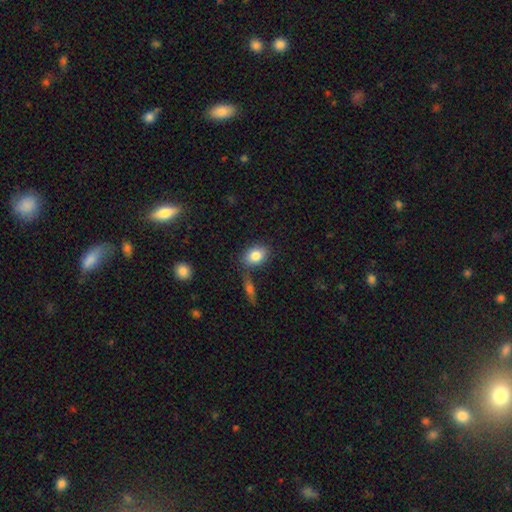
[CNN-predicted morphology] This is clearly a smooth galaxy (83%). How rounded: likely in between (71%). Merging: likely none (74%).